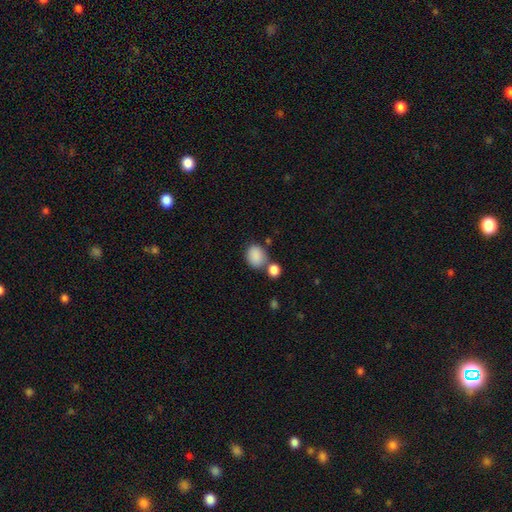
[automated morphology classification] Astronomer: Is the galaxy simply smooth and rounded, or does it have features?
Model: smooth — 87%.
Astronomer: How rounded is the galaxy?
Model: in between — 52% (runner-up: round, 47%).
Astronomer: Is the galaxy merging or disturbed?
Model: none — 58%.